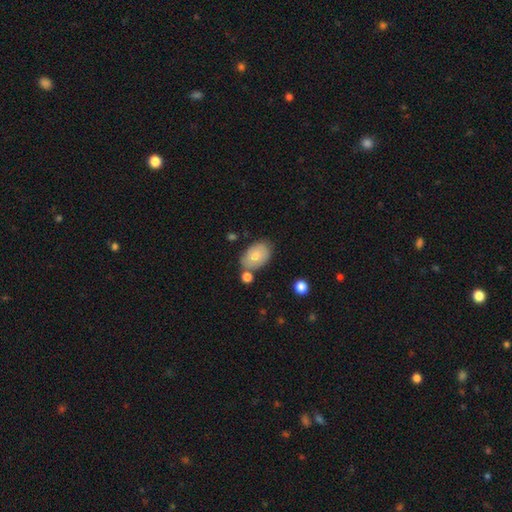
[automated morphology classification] This appears to be a smooth galaxy with no disk features (78%) that is in between round and cigar-shaped (88%). Merging: none (67%).